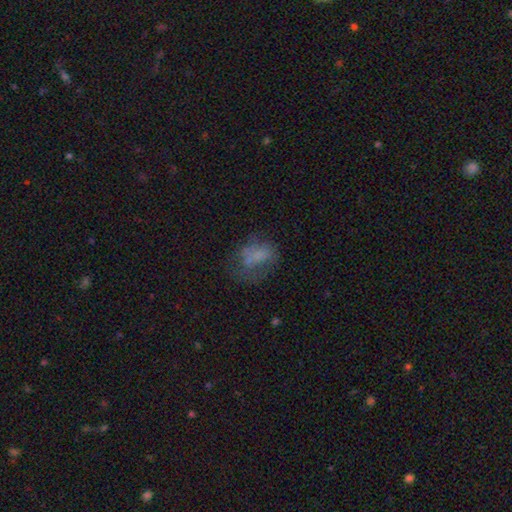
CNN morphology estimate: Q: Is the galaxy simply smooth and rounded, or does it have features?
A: smooth — 53%.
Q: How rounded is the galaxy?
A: in between — 71%.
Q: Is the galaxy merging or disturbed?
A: none — 37%.